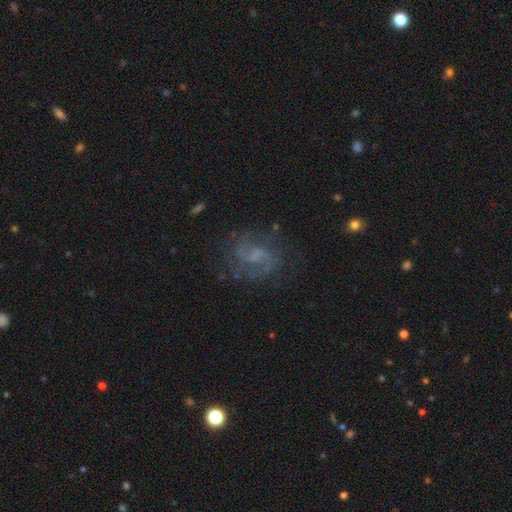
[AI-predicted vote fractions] smooth-or-featured: featured or disk: 80% | smooth: 10% | star or artifact: 10%
  disk-edge-on: no: 97% | yes: 3%
    bar: weak: 53% | no: 34% | strong: 13%
    has-spiral-arms: yes: 95% | no: 5%
      spiral-winding: medium: 53% | loose: 25% | tight: 22%
      spiral-arm-count: 2: 84% | can't tell: 7% | 3: 3% | 1: 3% | 4: 1% | more than 4: 1%
    bulge-size: none: 41% | small: 35% | moderate: 20% | large: 3% | dominant: 1%
  merging: none: 75% | minor disturbance: 15% | major disturbance: 9% | merger: 2%